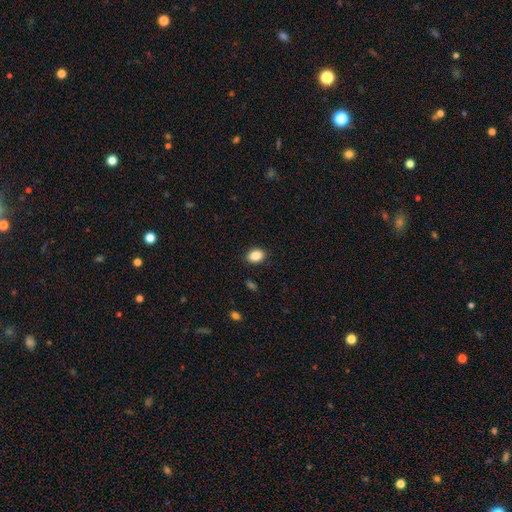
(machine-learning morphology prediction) Q: Smooth or featured?
A: smooth (87%); runner-up: star or artifact (9%)
Q: How rounded?
A: in between (73%); runner-up: round (26%)
Q: Merging?
A: none (88%); runner-up: minor disturbance (8%)